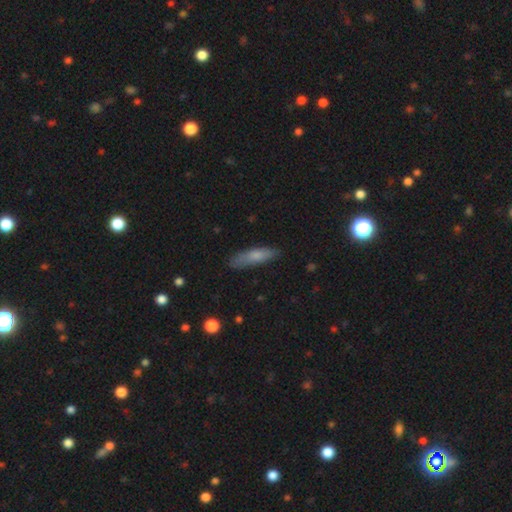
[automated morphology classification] Smooth or featured? Predicted: smooth (p=0.75). How rounded? Predicted: cigar-shaped (p=0.67). Merging? Predicted: none (p=0.80).